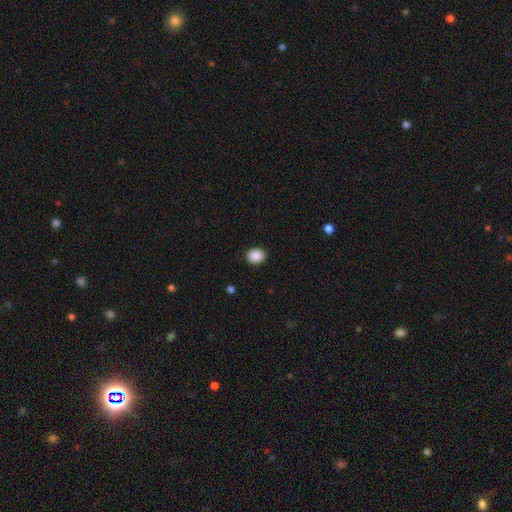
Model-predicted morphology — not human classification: smooth 89%, star or artifact 8%, featured or disk 3%. Down the decision tree: how rounded — round (59%); merging — none (91%).